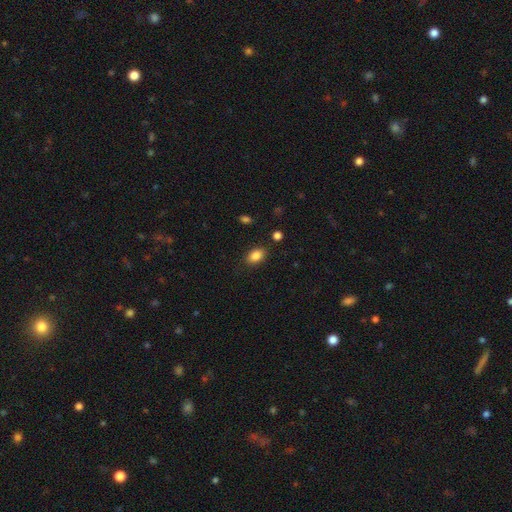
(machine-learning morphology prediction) Smooth or featured?
  - smooth: 86% *
  - star or artifact: 9%
  - featured or disk: 6%
How rounded?
  - in between: 85% *
  - round: 14%
  - cigar-shaped: 2%
Merging?
  - none: 84% *
  - minor disturbance: 10%
  - major disturbance: 3%
  - merger: 2%